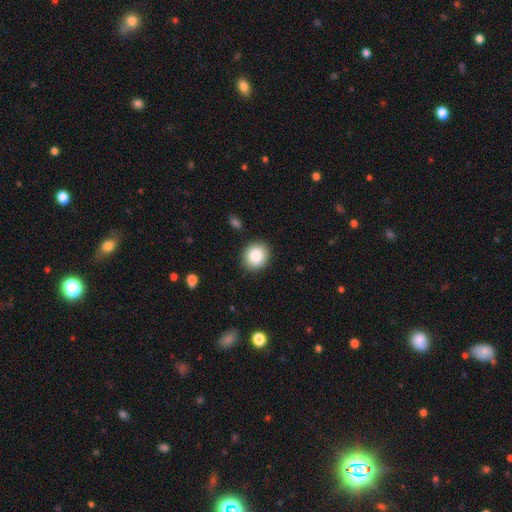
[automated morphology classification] smooth-or-featured: smooth: 85% | star or artifact: 8% | featured or disk: 6%
  how-rounded: round: 77% | in between: 22% | cigar-shaped: 1%
  merging: none: 89% | minor disturbance: 8% | major disturbance: 2% | merger: 1%